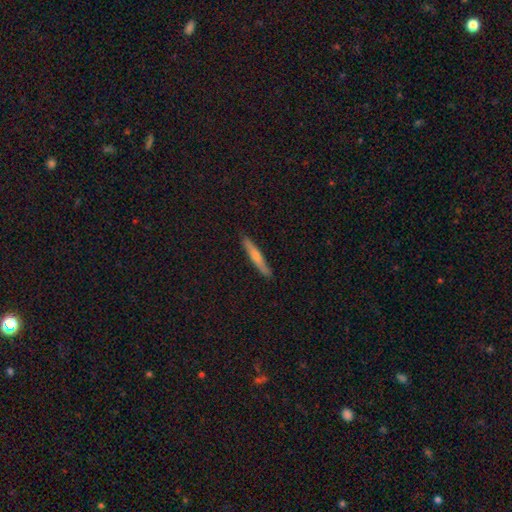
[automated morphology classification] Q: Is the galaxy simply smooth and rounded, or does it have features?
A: featured or disk — 48%.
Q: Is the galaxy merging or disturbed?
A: none — 88%.